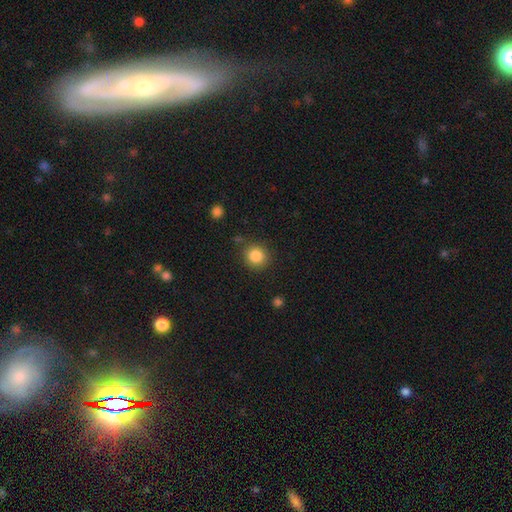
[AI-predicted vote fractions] A smooth galaxy with no disk features (85%) that is round (90%).

Vote fractions:
- Smooth or featured? smooth: 85% / star or artifact: 10% / featured or disk: 5%
- How rounded? round: 90% / in between: 9% / cigar-shaped: 1%
- Merging? none: 85% / minor disturbance: 9% / major disturbance: 3% / merger: 3%